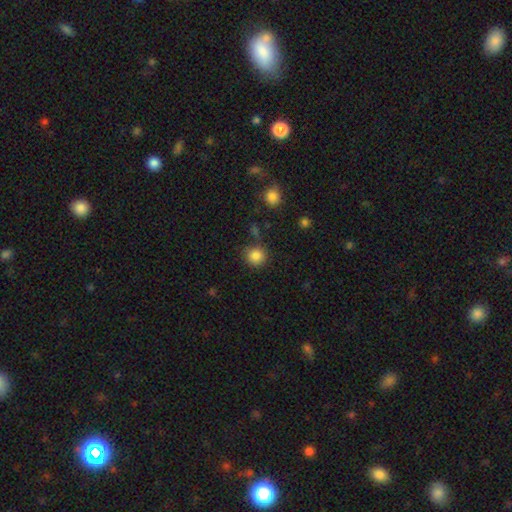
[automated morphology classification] A smooth galaxy with no disk features (85%) that is round (92%). Merging: none (82%).